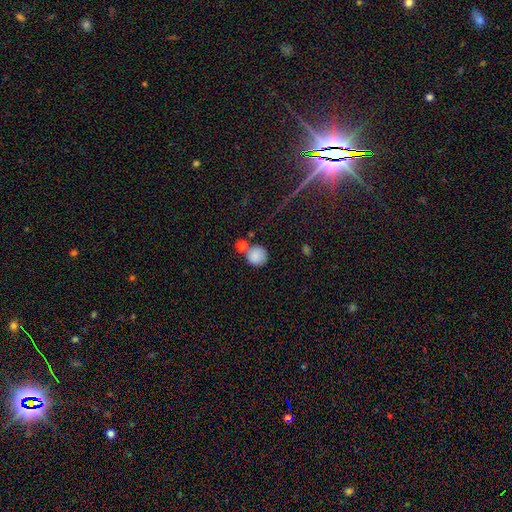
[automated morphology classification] Smooth or featured: smooth — 84% (star or artifact — 10%)
How rounded: round — 90% (in between — 9%)
Merging: none — 67% (merger — 16%)